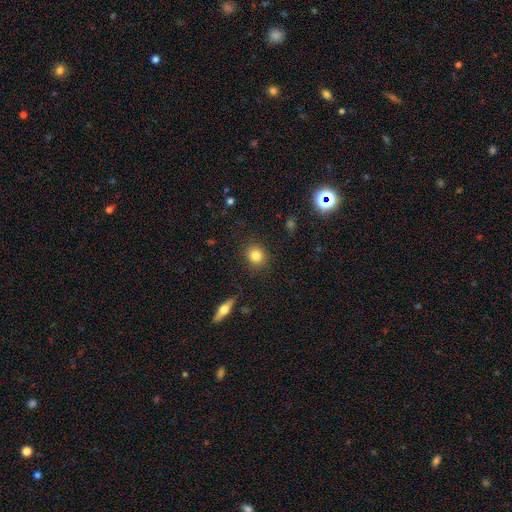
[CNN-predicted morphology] smooth 83%, star or artifact 10%, featured or disk 7%. Down the decision tree: how rounded — round (79%); merging — none (89%).